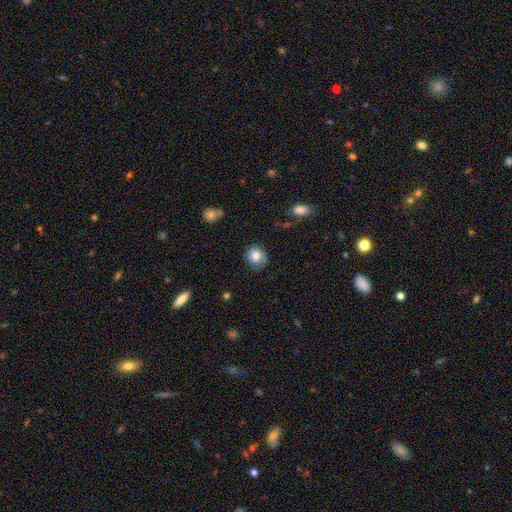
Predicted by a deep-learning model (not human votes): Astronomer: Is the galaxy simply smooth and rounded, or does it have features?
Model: smooth — 70%.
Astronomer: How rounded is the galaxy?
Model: round — 71%.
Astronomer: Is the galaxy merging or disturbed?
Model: none — 69%.